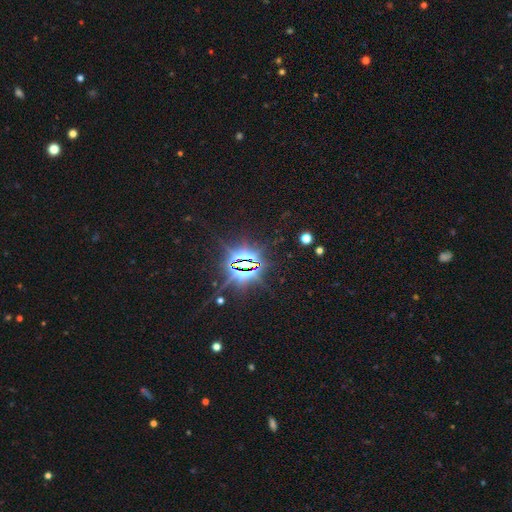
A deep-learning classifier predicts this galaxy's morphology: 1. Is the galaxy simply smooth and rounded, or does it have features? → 85% star or artifact, 9% featured or disk, 7% smooth.